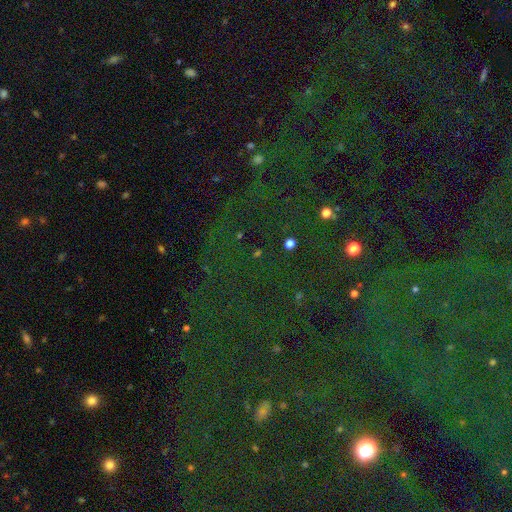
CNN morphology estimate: type=star or artifact (81%).